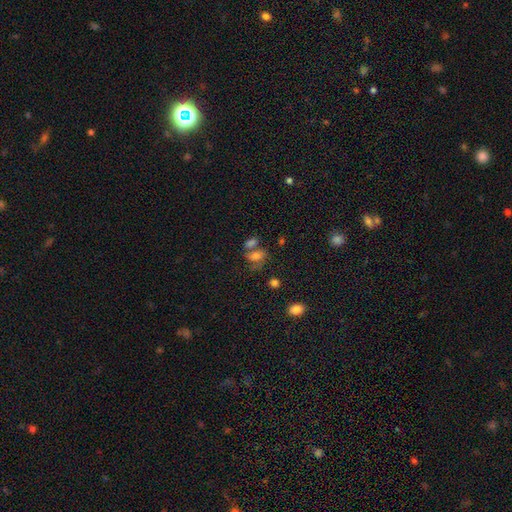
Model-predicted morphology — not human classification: smooth_or_featured: smooth (p=0.61) [alt: featured or disk p=0.23]
how_rounded: in between (p=0.73) [alt: round p=0.23]
merging: none (p=0.36) [alt: merger p=0.35]